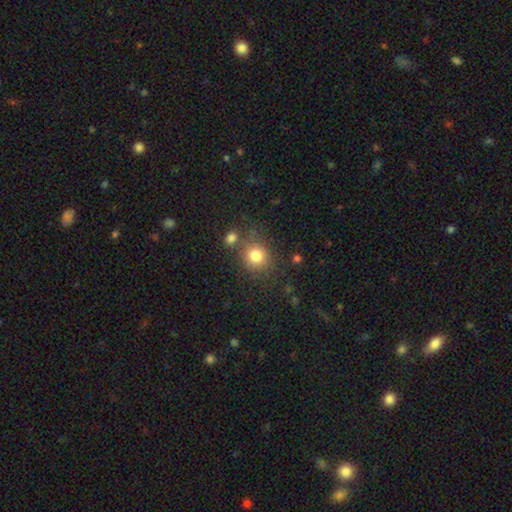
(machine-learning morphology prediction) Smooth or featured?
  - smooth: 81% *
  - star or artifact: 12%
  - featured or disk: 8%
How rounded?
  - round: 84% *
  - in between: 15%
  - cigar-shaped: 1%
Merging?
  - none: 71% *
  - merger: 13%
  - minor disturbance: 11%
  - major disturbance: 5%